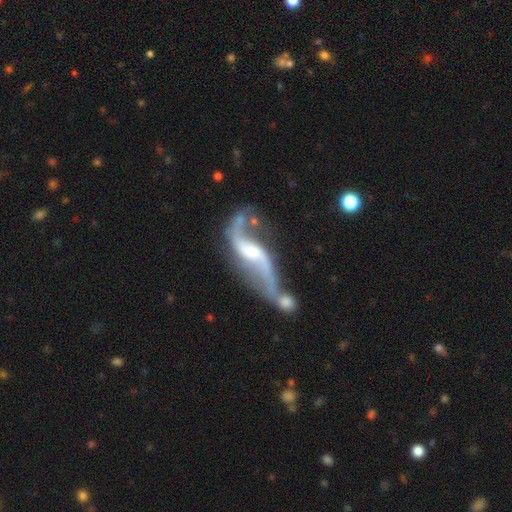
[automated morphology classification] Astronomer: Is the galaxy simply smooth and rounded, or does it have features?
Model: featured or disk — 89%.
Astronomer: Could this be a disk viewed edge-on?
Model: no — 92%.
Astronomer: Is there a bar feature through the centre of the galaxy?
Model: weak — 46% (runner-up: no, 33%).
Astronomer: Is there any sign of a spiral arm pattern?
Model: yes — 95%.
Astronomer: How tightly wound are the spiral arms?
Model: loose — 82%.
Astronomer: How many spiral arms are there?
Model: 2 — 92%.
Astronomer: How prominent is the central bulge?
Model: moderate — 41%, tied with small at 41%.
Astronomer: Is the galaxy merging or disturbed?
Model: merger — 38% (runner-up: none, 34%).